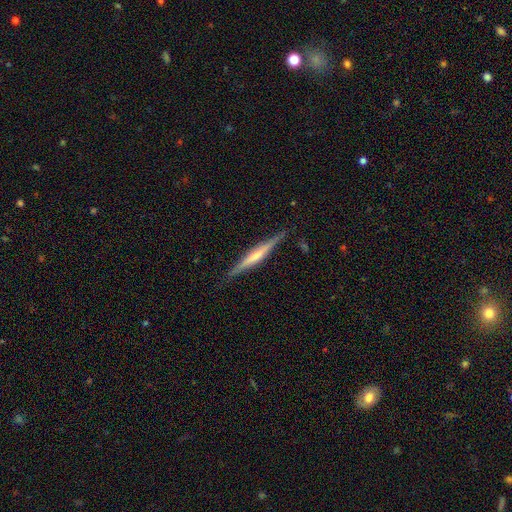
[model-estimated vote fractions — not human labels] Smooth or featured? featured or disk (66%)
Edge-on disk? yes (98%)
Edge-on bulge? rounded (50%)
Merging? none (88%)